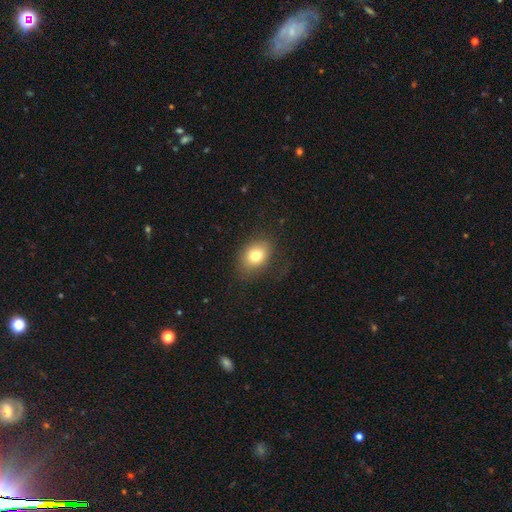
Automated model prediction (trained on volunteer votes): Morphology: type=smooth (76%); roundness=in between (64%); merging=none (75%).